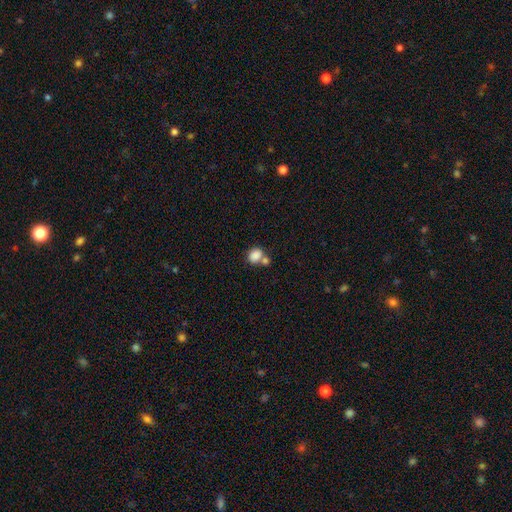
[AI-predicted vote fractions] Smooth or featured? Predicted: smooth (p=0.84). How rounded? Predicted: round (p=0.58). Merging? Predicted: none (p=0.43).